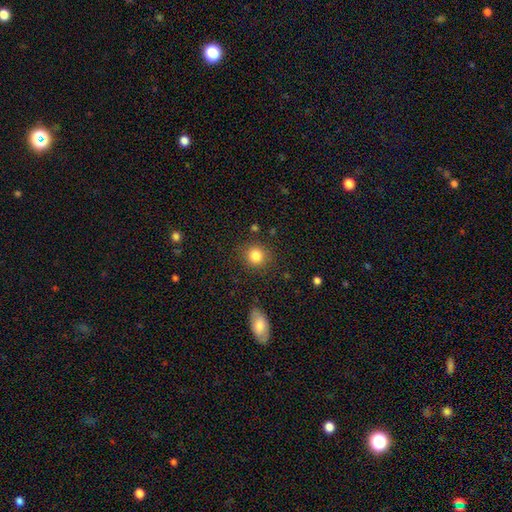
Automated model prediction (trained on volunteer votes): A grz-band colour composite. It shows a smooth galaxy with no disk features (85%) that is round (88%). Merging: none (86%).